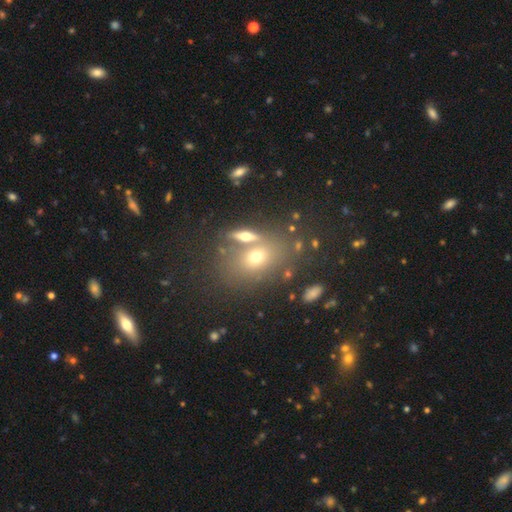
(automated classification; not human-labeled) smooth_or_featured: smooth (p=0.62) [alt: featured or disk p=0.22]
how_rounded: in between (p=0.61) [alt: round p=0.36]
merging: none (p=0.56) [alt: merger p=0.26]